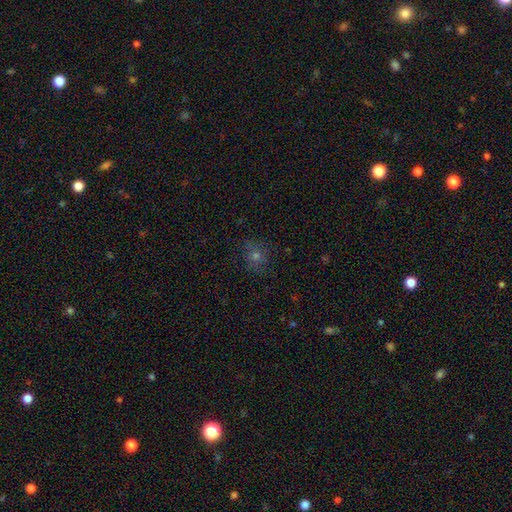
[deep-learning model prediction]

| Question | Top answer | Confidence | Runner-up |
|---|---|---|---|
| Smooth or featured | smooth | 52% | star or artifact (31%) |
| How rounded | round | 81% | in between (17%) |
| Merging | none | 81% | minor disturbance (13%) |